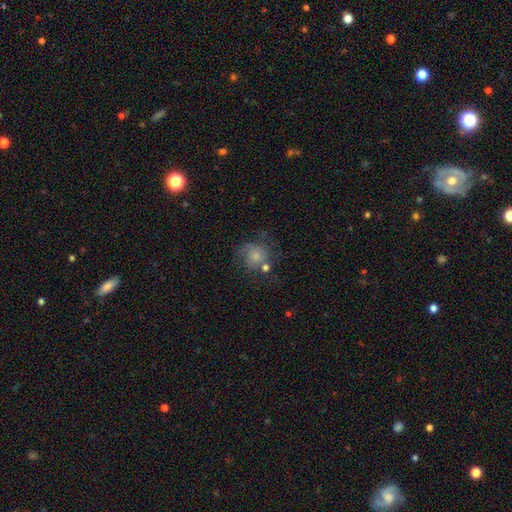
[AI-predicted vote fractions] Morphology: type=smooth (58%); roundness=round (80%); merging=none (46%).